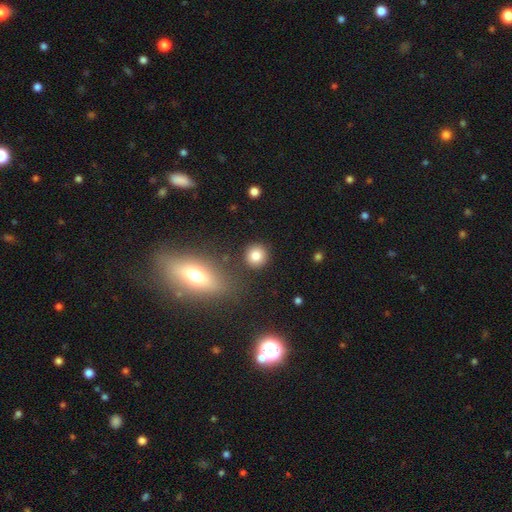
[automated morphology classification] Overall: smooth (82%). How rounded: round (88%). Merging: none (86%).